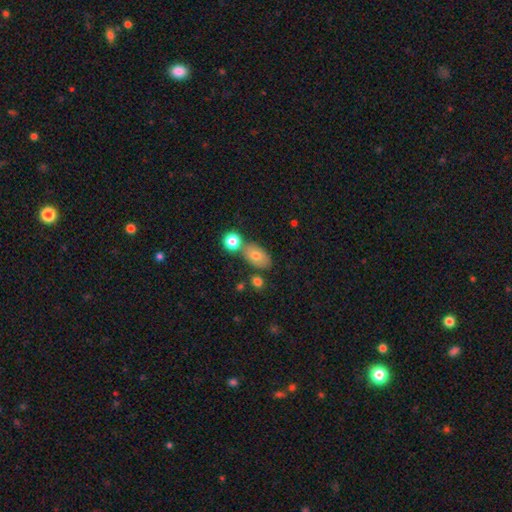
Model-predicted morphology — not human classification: Smooth or featured: smooth — 74% (featured or disk — 16%)
How rounded: in between — 85% (round — 12%)
Merging: none — 55% (merger — 26%)